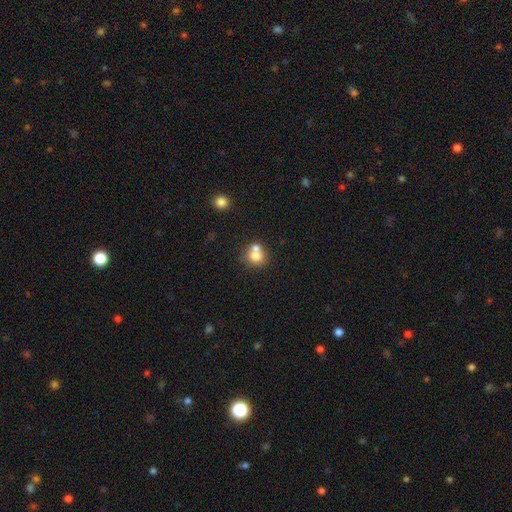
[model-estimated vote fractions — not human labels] smooth_or_featured: smooth (p=0.73) [alt: featured or disk p=0.16]
how_rounded: round (p=0.80) [alt: in between p=0.19]
merging: merger (p=0.51) [alt: none p=0.38]